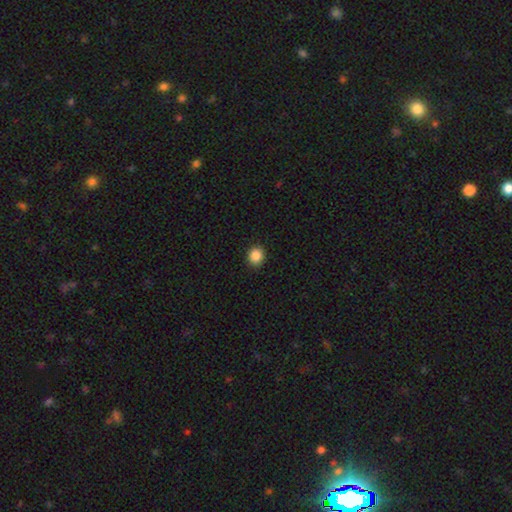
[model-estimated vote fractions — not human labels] Q: Smooth or featured?
A: smooth (88%); runner-up: star or artifact (9%)
Q: How rounded?
A: round (80%); runner-up: in between (19%)
Q: Merging?
A: none (91%); runner-up: minor disturbance (6%)